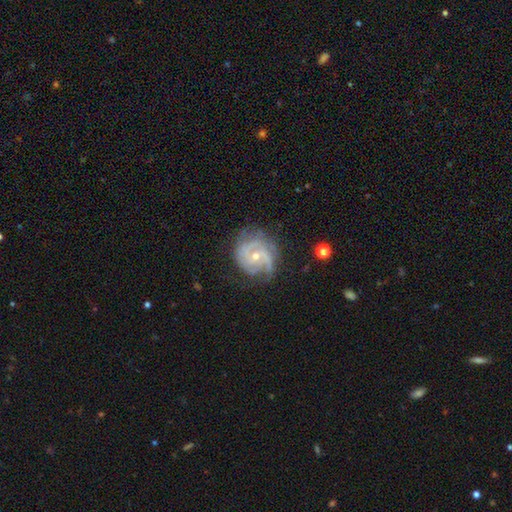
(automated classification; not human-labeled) Smooth or featured?
  - featured or disk: 88% *
  - smooth: 7%
  - star or artifact: 5%
Edge-on disk?
  - no: 98% *
  - yes: 2%
Bar?
  - no: 61% *
  - weak: 32%
  - strong: 7%
Spiral arms?
  - yes: 97% *
  - no: 3%
Spiral winding?
  - tight: 50% *
  - medium: 40%
  - loose: 9%
Spiral arm count?
  - 2: 37% *
  - 3: 30%
  - can't tell: 17%
  - 4: 6%
  - 1: 5%
  - more than 4: 4%
Bulge size?
  - small: 60% *
  - moderate: 38%
  - none: 1%
  - large: 1%
  - dominant: 1%
Merging?
  - none: 68% *
  - minor disturbance: 21%
  - major disturbance: 9%
  - merger: 1%